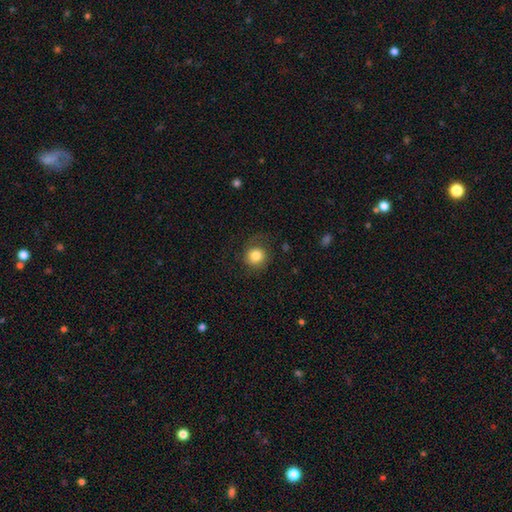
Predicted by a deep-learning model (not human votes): Smooth or featured?
  - smooth: 82% *
  - star or artifact: 9%
  - featured or disk: 9%
How rounded?
  - round: 88% *
  - in between: 11%
  - cigar-shaped: 1%
Merging?
  - none: 74% *
  - minor disturbance: 16%
  - major disturbance: 9%
  - merger: 1%